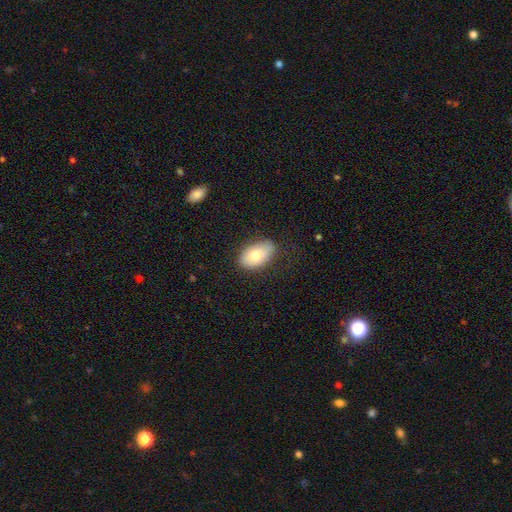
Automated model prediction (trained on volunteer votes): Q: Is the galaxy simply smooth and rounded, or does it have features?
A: smooth — 73%.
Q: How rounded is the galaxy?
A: in between — 91%.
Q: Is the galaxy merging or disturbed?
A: none — 79%.